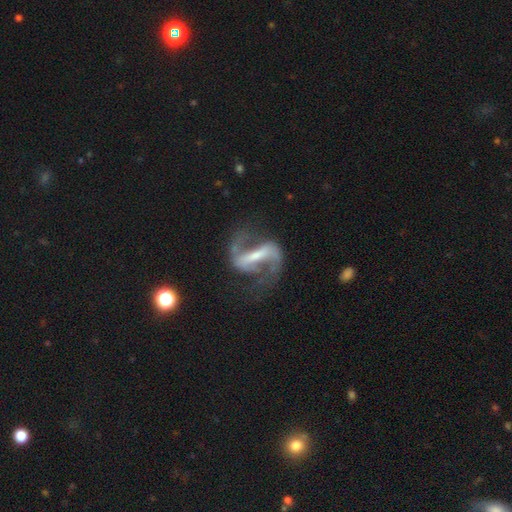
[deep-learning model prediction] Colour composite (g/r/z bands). It shows a featured or disk galaxy (90%) with a strong bar (75%), 2 (93%) medium (48%) spiral arms (95%) and a small central bulge (44%). Merging: none (71%).